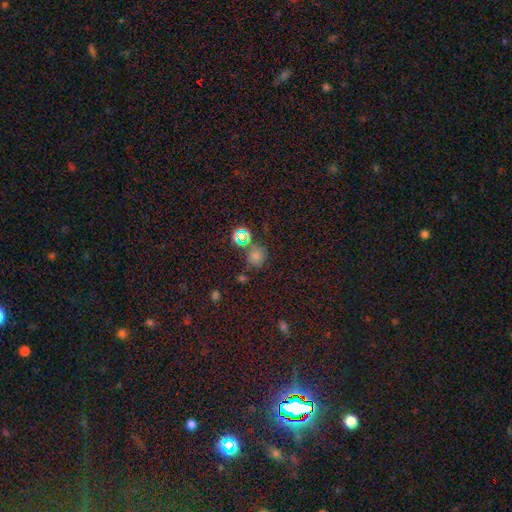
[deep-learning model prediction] The model was most divided on "smooth or featured": smooth: 61%, star or artifact: 32%, featured or disk: 8%. More confident: how rounded — round (81%); merging — none (66%).